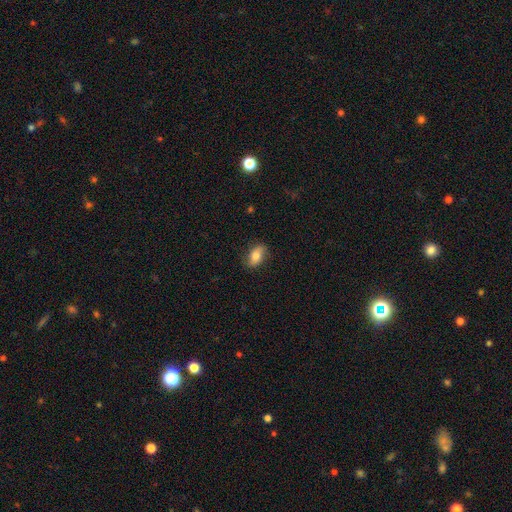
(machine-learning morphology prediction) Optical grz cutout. It shows a smooth galaxy with no disk features (69%) that is in between round and cigar-shaped (87%). Merging: none (81%).